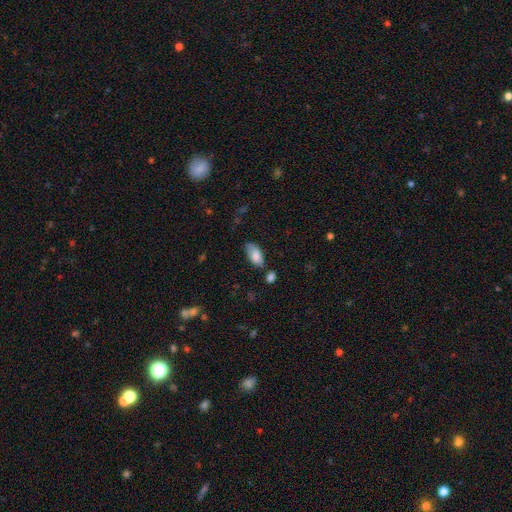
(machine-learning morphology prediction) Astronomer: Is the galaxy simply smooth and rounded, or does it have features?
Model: smooth — 83%.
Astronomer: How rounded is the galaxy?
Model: in between — 92%.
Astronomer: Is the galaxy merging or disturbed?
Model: none — 60%.